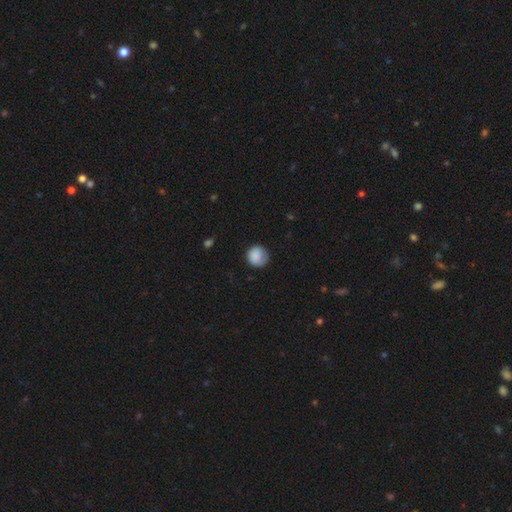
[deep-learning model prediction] smooth_or_featured: smooth (p=0.87) [alt: star or artifact p=0.08]
how_rounded: round (p=0.89) [alt: in between p=0.10]
merging: none (p=0.74) [alt: minor disturbance p=0.20]